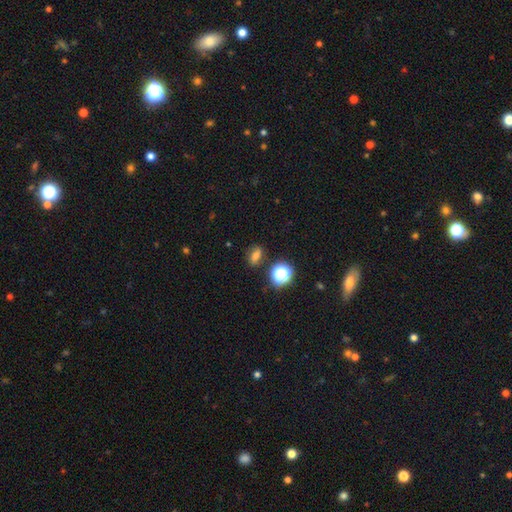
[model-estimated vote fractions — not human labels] Smooth or featured? Predicted: smooth (p=0.65). How rounded? Predicted: in between (p=0.62). Merging? Predicted: none (p=0.78).